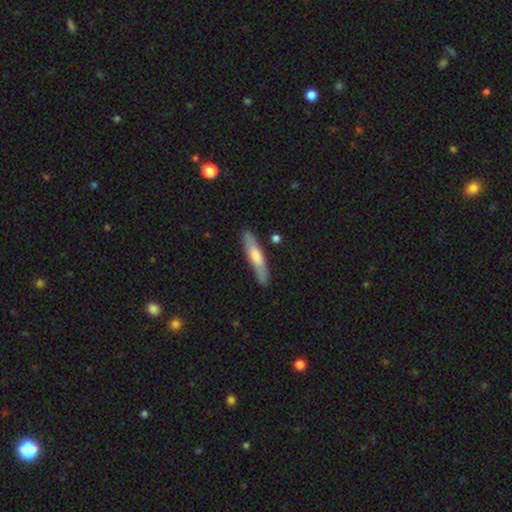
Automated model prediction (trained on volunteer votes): Overall: smooth (56%; featured or disk 39%). How rounded: cigar-shaped (87%). Merging: none (84%).